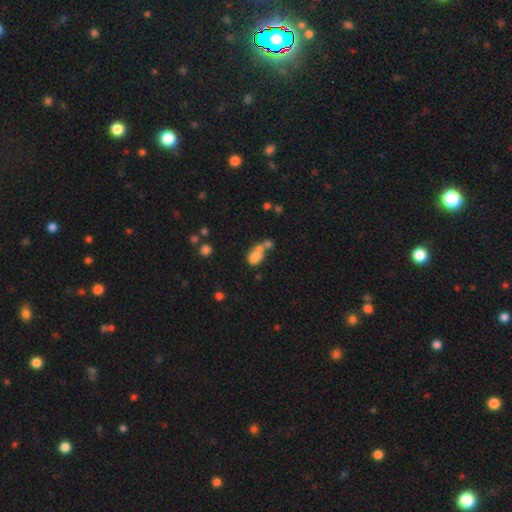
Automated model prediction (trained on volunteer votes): smooth 61%, featured or disk 25%, star or artifact 14%. Down the decision tree: how rounded — in between (71%); merging — merger (55%).